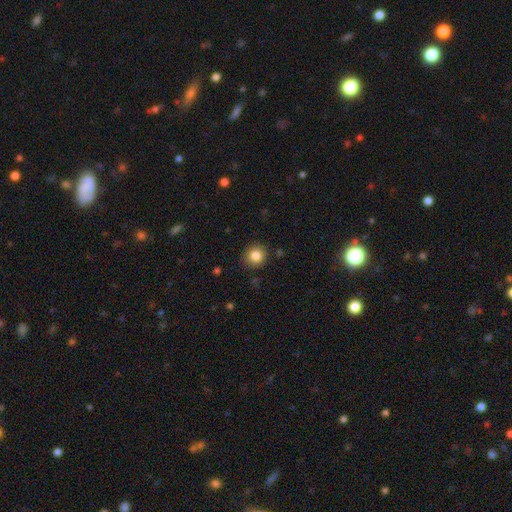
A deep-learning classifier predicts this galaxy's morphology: The model was most divided on "smooth or featured": smooth: 84%, star or artifact: 10%, featured or disk: 6%. More confident: merging — none (87%); how rounded — round (87%).